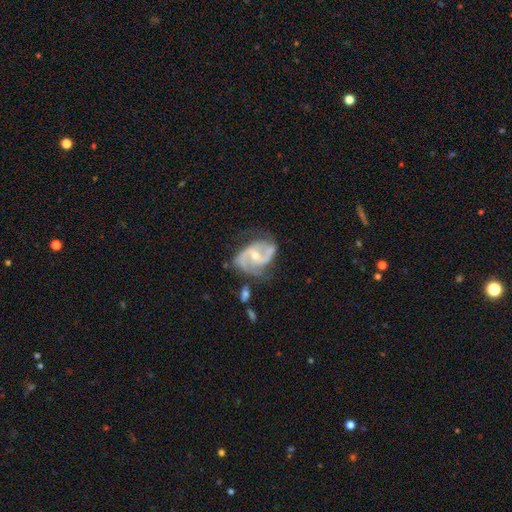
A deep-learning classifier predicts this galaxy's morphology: Smooth or featured: featured or disk — 88% (smooth — 7%)
Edge-on disk: no — 97% (yes — 3%)
Bar: weak — 44% (no — 36%)
Spiral arms: yes — 96% (no — 4%)
Spiral winding: medium — 53% (loose — 25%)
Spiral arm count: 2 — 81% (3 — 8%)
Bulge size: moderate — 53% (small — 44%)
Merging: none — 57% (minor disturbance — 26%)